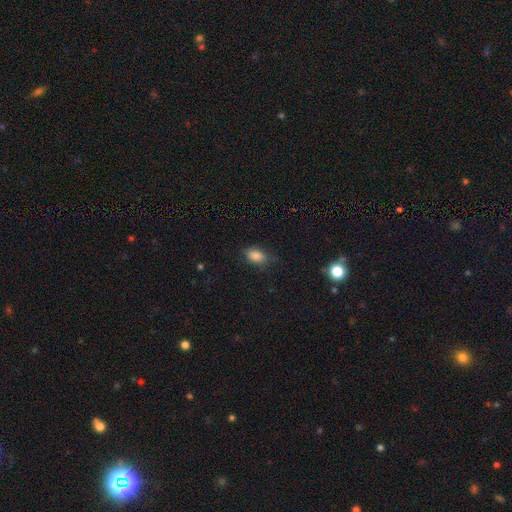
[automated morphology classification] Smooth or featured? Predicted: smooth (p=0.85). How rounded? Predicted: in between (p=0.87). Merging? Predicted: none (p=0.74).